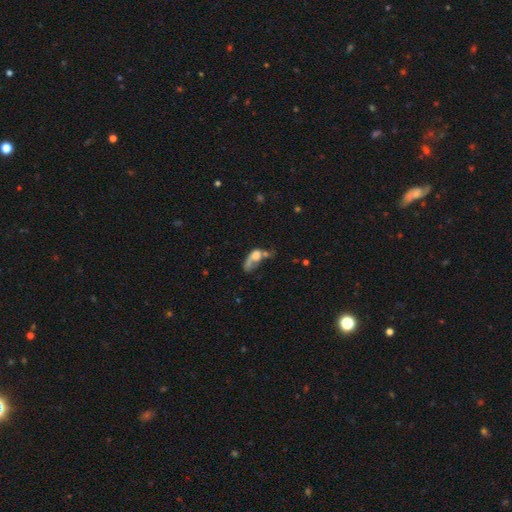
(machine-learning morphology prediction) This is possibly a smooth galaxy (49%). Merging: marginally major disturbance (40%).